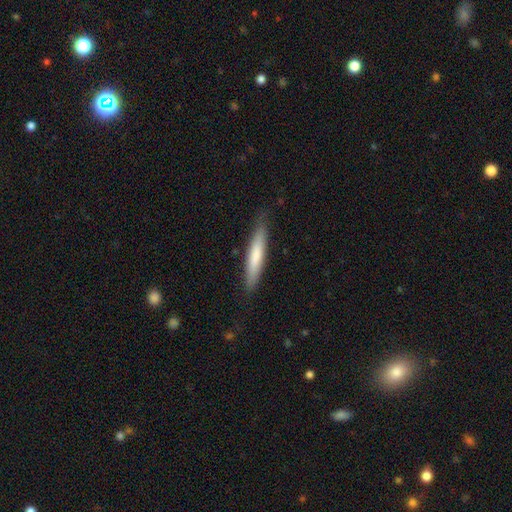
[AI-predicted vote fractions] Smooth or featured?
  - smooth: 71% *
  - featured or disk: 24%
  - star or artifact: 5%
How rounded?
  - cigar-shaped: 92% *
  - in between: 7%
  - round: 1%
Merging?
  - none: 83% *
  - minor disturbance: 13%
  - major disturbance: 2%
  - merger: 1%